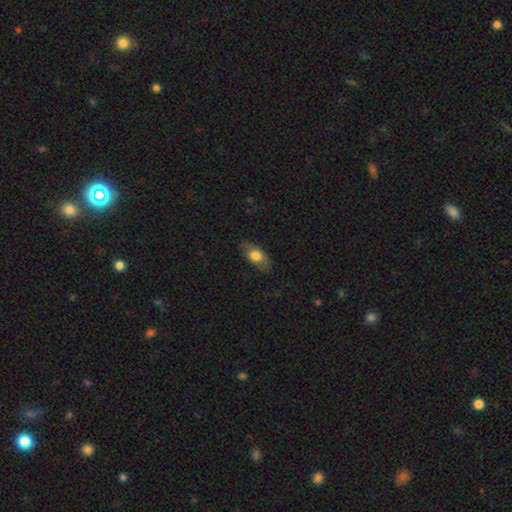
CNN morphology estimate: Smooth or featured? Predicted: smooth (p=0.70). How rounded? Predicted: in between (p=0.86). Merging? Predicted: none (p=0.80).